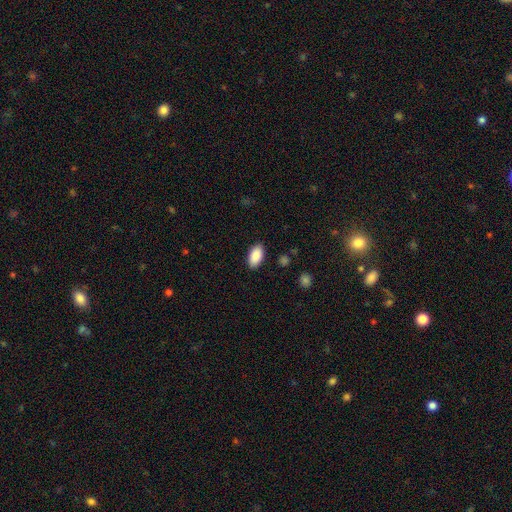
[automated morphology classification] smooth 89%, star or artifact 7%, featured or disk 4%. Down the decision tree: how rounded — in between (94%); merging — none (88%).